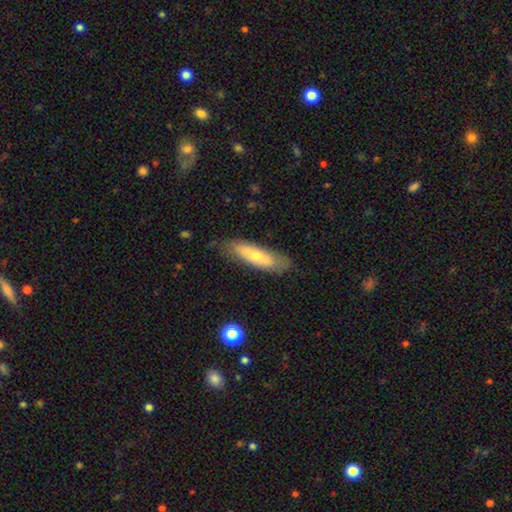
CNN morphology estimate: smooth_or_featured: smooth (p=0.60) [alt: featured or disk p=0.34]
how_rounded: cigar-shaped (p=0.53) [alt: in between p=0.45]
merging: none (p=0.75) [alt: minor disturbance p=0.18]